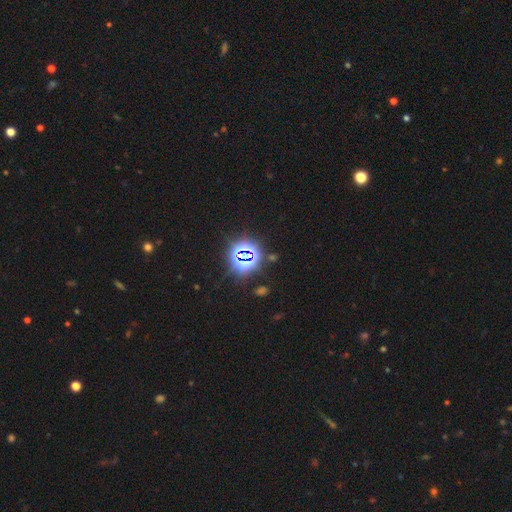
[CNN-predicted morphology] A star or artifact, not a galaxy (78%).

Vote fractions:
- Smooth or featured? star or artifact: 78% / smooth: 14% / featured or disk: 8%